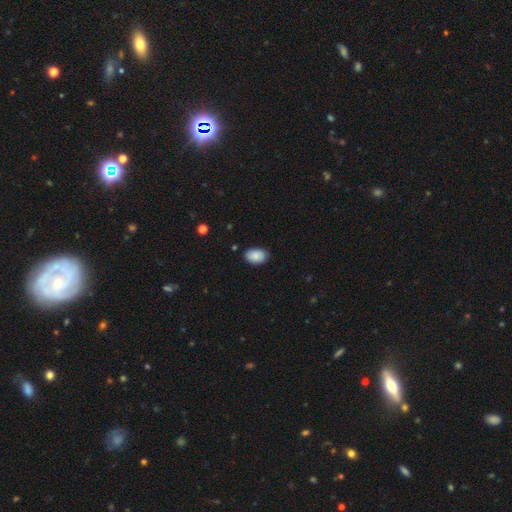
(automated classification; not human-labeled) Smooth or featured?
  - smooth: 87% *
  - star or artifact: 7%
  - featured or disk: 6%
How rounded?
  - in between: 90% *
  - round: 9%
  - cigar-shaped: 1%
Merging?
  - none: 84% *
  - minor disturbance: 13%
  - major disturbance: 2%
  - merger: 1%